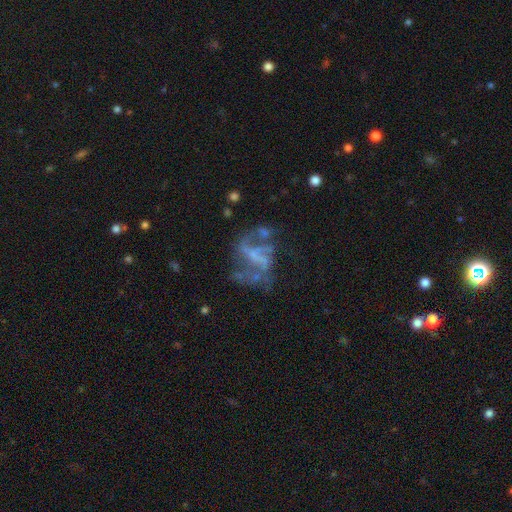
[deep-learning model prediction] Smooth or featured: featured or disk — 72% (star or artifact — 15%)
Edge-on disk: no — 97% (yes — 3%)
Bar: no — 41% (weak — 36%)
Spiral arms: yes — 65% (no — 35%)
Bulge size: none — 59% (small — 26%)
Merging: none — 39% (major disturbance — 35%)